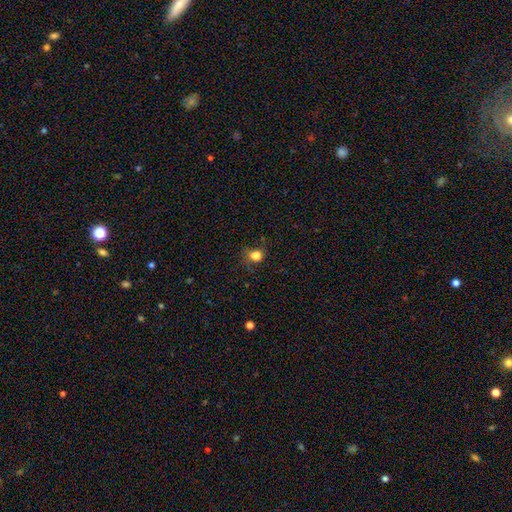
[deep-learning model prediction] A smooth galaxy with no disk features (81%) that is round (66%). Merging: none (62%).